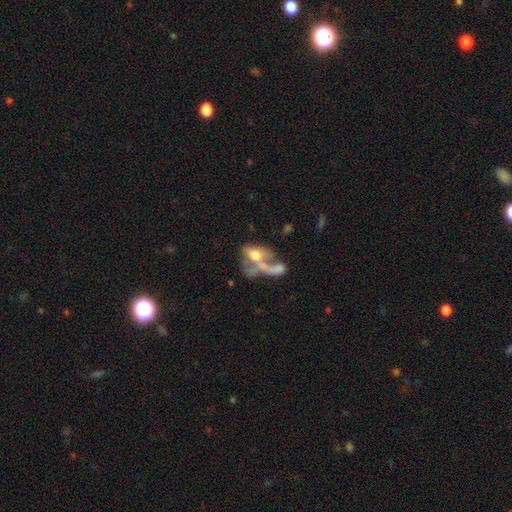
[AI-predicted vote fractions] Smooth or featured: smooth — 45% (featured or disk — 44%)
Merging: merger — 56% (major disturbance — 25%)